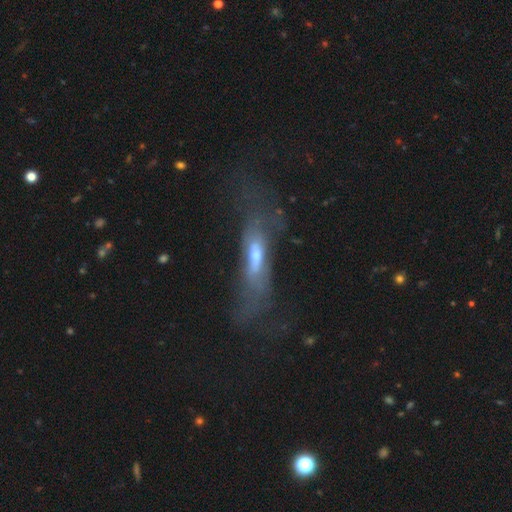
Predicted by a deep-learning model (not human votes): Smooth or featured?
  - featured or disk: 54% *
  - smooth: 33%
  - star or artifact: 13%
Edge-on disk?
  - no: 55% *
  - yes: 45%
Merging?
  - none: 48% *
  - major disturbance: 27%
  - minor disturbance: 22%
  - merger: 4%